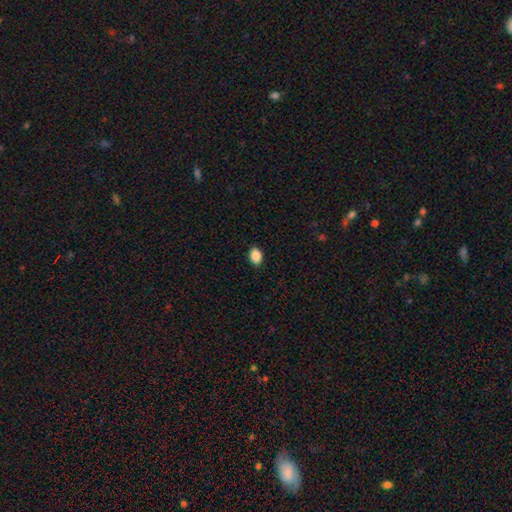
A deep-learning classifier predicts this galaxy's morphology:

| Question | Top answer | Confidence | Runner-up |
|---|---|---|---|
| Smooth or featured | smooth | 88% | star or artifact (8%) |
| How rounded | in between | 76% | round (23%) |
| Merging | none | 90% | minor disturbance (8%) |